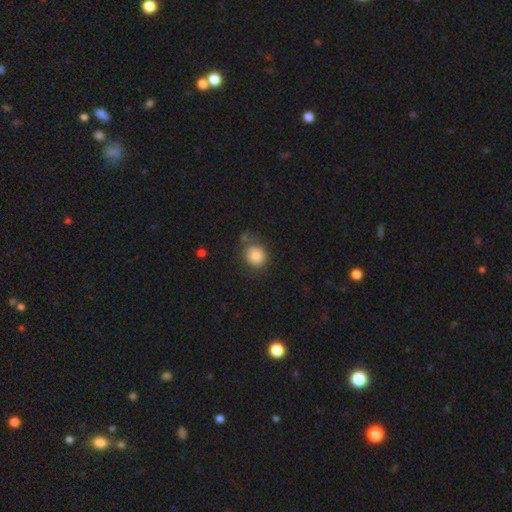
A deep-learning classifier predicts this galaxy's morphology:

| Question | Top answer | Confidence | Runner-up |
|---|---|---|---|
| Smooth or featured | smooth | 84% | star or artifact (9%) |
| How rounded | round | 78% | in between (22%) |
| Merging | none | 70% | minor disturbance (18%) |